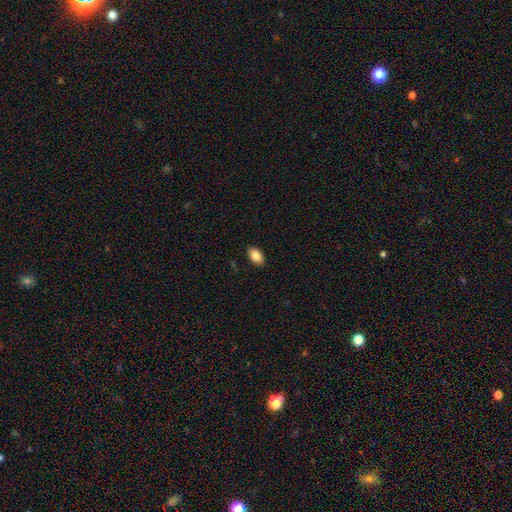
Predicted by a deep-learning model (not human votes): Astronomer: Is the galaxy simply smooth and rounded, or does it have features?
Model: smooth — 86%.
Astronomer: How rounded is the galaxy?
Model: in between — 93%.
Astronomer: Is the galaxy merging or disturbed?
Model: none — 89%.